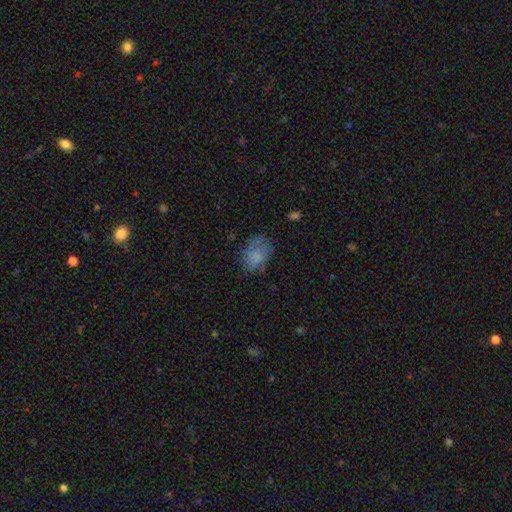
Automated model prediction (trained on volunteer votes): A smooth galaxy with no disk features (73%) that is in between round and cigar-shaped (75%).

Vote fractions:
- Smooth or featured? smooth: 73% / featured or disk: 17% / star or artifact: 10%
- How rounded? in between: 75% / round: 24% / cigar-shaped: 1%
- Merging? none: 54% / minor disturbance: 29% / major disturbance: 15% / merger: 2%